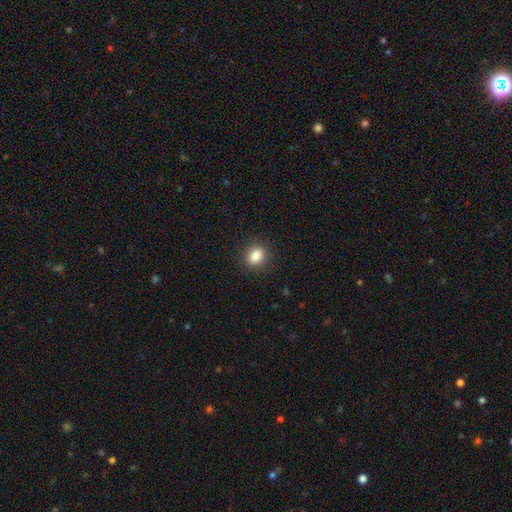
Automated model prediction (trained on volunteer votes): smooth-or-featured: smooth: 85% | star or artifact: 10% | featured or disk: 5%
  how-rounded: round: 52% | in between: 46% | cigar-shaped: 1%
  merging: none: 89% | minor disturbance: 8% | major disturbance: 3% | merger: 1%